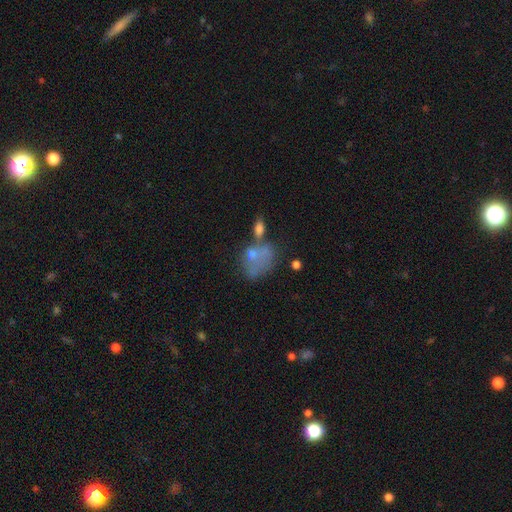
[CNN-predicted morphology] Smooth or featured?
  - smooth: 58% *
  - featured or disk: 29%
  - star or artifact: 12%
How rounded?
  - in between: 71% *
  - round: 27%
  - cigar-shaped: 2%
Merging?
  - merger: 31% *
  - none: 26%
  - major disturbance: 23%
  - minor disturbance: 20%